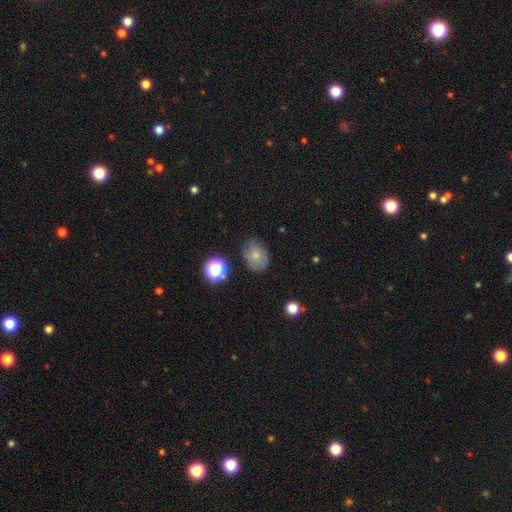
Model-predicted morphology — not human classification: Smooth or featured? Predicted: smooth (p=0.77). How rounded? Predicted: in between (p=0.64). Merging? Predicted: none (p=0.72).